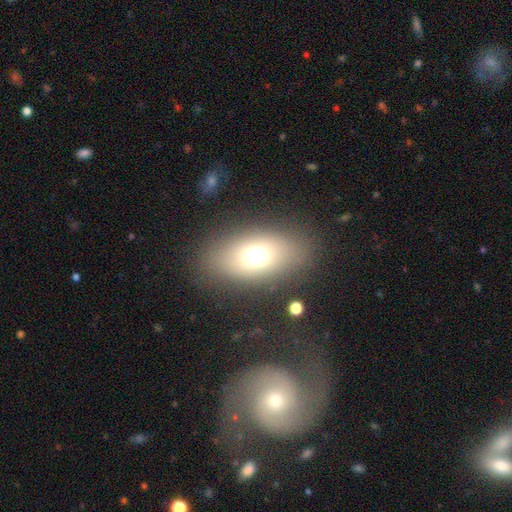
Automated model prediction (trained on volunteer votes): Smooth or featured: smooth — 70% (featured or disk — 17%)
How rounded: in between — 83% (round — 14%)
Merging: none — 82% (minor disturbance — 10%)